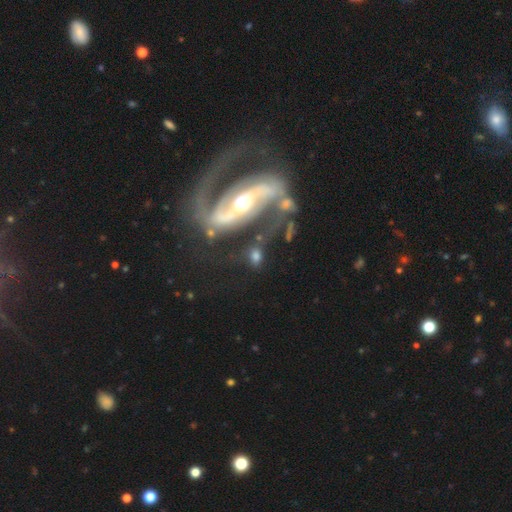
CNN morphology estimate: This is likely a featured or disk galaxy (70%). It is clearly not viewed edge-on (90%). Bar: marginally strong (43%). Spiral arm pattern: clearly yes (86%). Spiral arm count: clearly 2 (88%). Spiral winding: possibly loose (46%). Central bulge: likely moderate (63%). Merging: possibly none (51%).